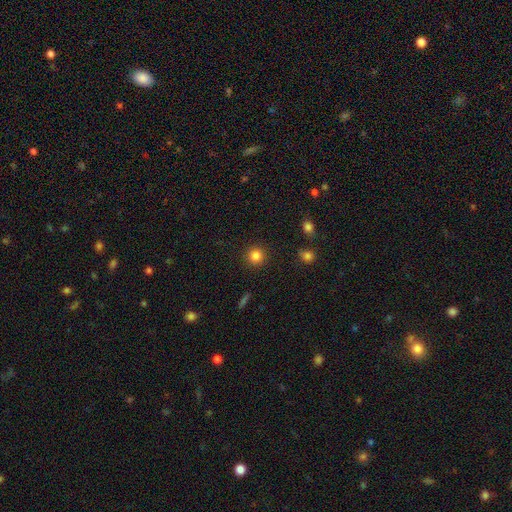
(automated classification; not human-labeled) Overall: smooth (84%). How rounded: round (94%). Merging: none (91%).